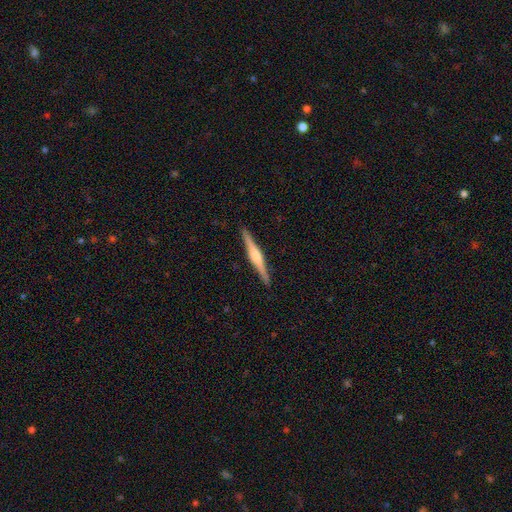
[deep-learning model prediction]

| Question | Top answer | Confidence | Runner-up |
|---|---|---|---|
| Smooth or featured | featured or disk | 76% | smooth (19%) |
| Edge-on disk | yes | 98% | no (2%) |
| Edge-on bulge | rounded | 63% | boxy (28%) |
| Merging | none | 92% | minor disturbance (6%) |